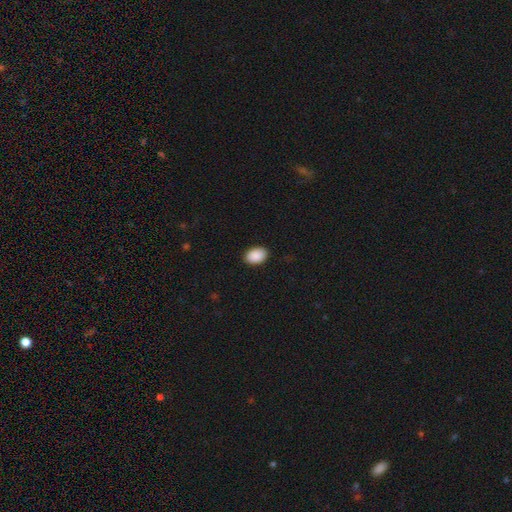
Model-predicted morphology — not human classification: Smooth or featured?
  - smooth: 91% *
  - star or artifact: 7%
  - featured or disk: 3%
How rounded?
  - in between: 83% *
  - round: 16%
  - cigar-shaped: 1%
Merging?
  - none: 90% *
  - minor disturbance: 7%
  - major disturbance: 2%
  - merger: 1%